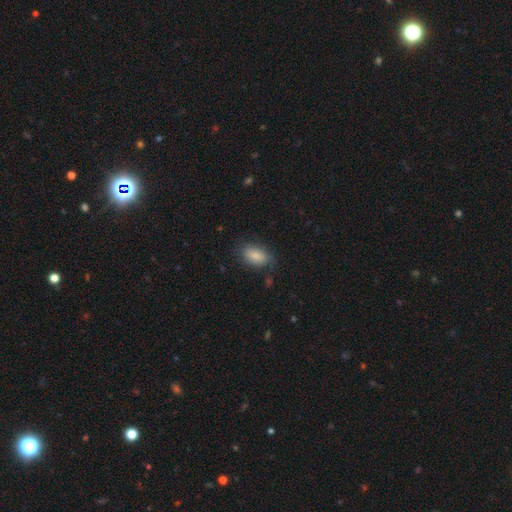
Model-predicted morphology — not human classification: The model was most divided on "merging": none: 73%, minor disturbance: 20%, major disturbance: 6%, merger: 2%. More confident: how rounded — in between (90%); smooth or featured — smooth (82%).